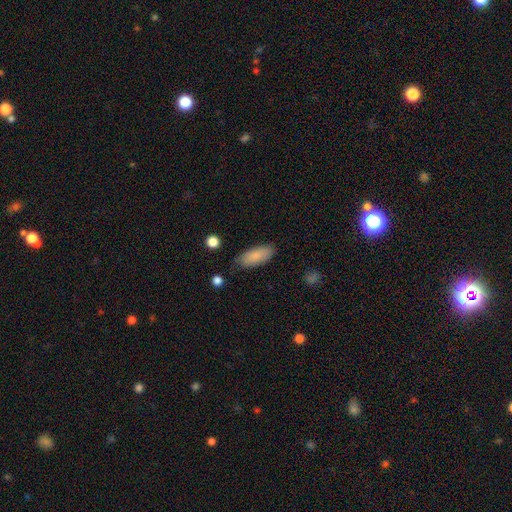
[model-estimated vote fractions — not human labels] smooth_or_featured: smooth (p=0.85) [alt: featured or disk p=0.08]
how_rounded: in between (p=0.83) [alt: cigar-shaped p=0.15]
merging: none (p=0.80) [alt: minor disturbance p=0.15]